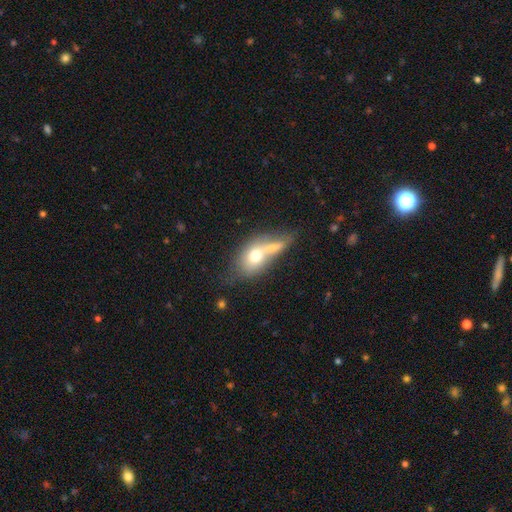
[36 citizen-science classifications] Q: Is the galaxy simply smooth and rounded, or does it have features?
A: smooth — 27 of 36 (75%).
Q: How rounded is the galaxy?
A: in between — 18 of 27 (67%).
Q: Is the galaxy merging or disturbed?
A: merger — 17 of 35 (49%).